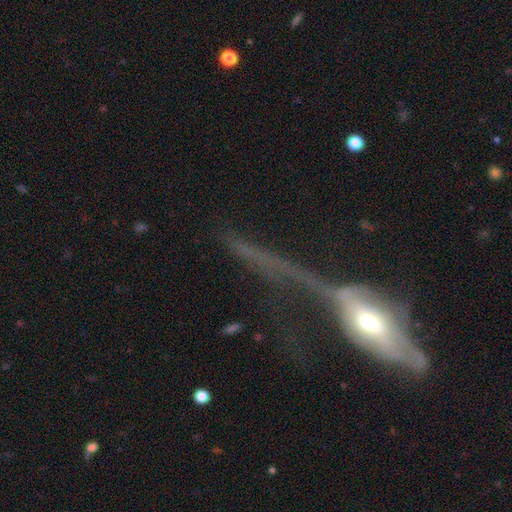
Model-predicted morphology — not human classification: This appears to be a featured or disk galaxy (58%) viewed edge-on (52%). Merging: major disturbance (47%).